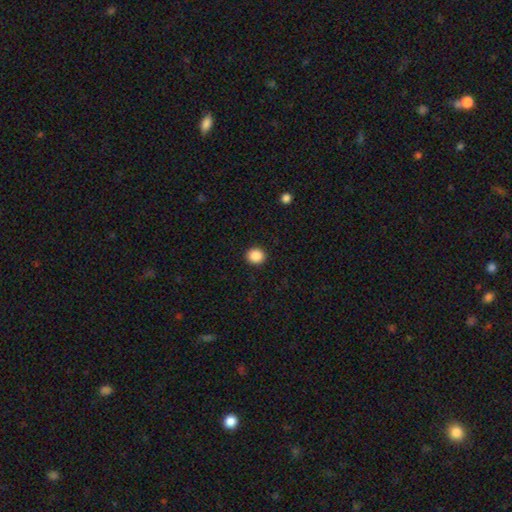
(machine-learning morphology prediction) smooth-or-featured: smooth: 88% | star or artifact: 9% | featured or disk: 3%
  how-rounded: round: 83% | in between: 16% | cigar-shaped: 1%
  merging: none: 92% | minor disturbance: 5% | major disturbance: 2% | merger: 1%